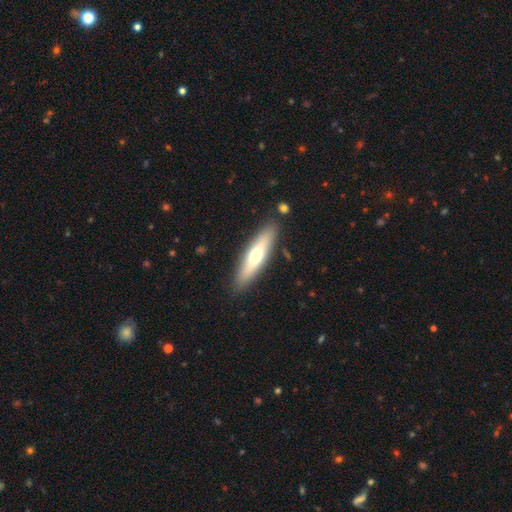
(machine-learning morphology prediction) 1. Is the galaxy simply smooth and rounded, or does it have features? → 55% smooth, 39% featured or disk, 6% star or artifact.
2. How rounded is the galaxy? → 71% cigar-shaped, 27% in between, 2% round.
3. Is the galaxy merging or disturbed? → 87% none, 9% minor disturbance, 2% major disturbance, 2% merger.